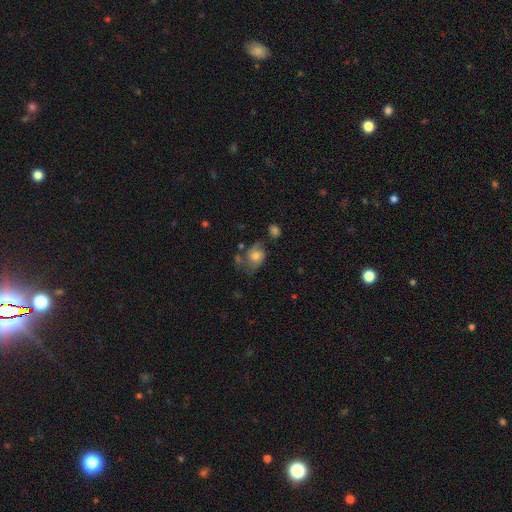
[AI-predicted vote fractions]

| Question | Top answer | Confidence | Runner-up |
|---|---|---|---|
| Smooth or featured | featured or disk | 47% | smooth (43%) |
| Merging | none | 42% | minor disturbance (27%) |